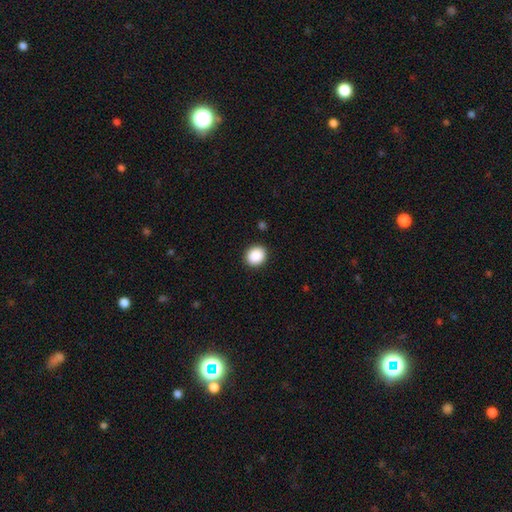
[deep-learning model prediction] Smooth or featured: smooth — 89% (star or artifact — 8%)
How rounded: round — 75% (in between — 24%)
Merging: none — 91% (minor disturbance — 6%)